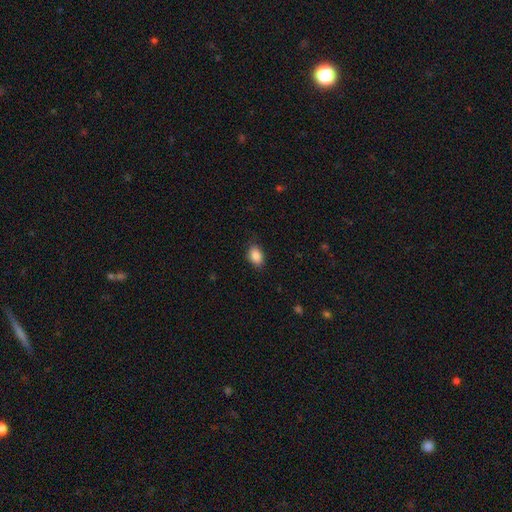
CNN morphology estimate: Smooth or featured? Predicted: smooth (p=0.87). How rounded? Predicted: in between (p=0.82). Merging? Predicted: none (p=0.82).